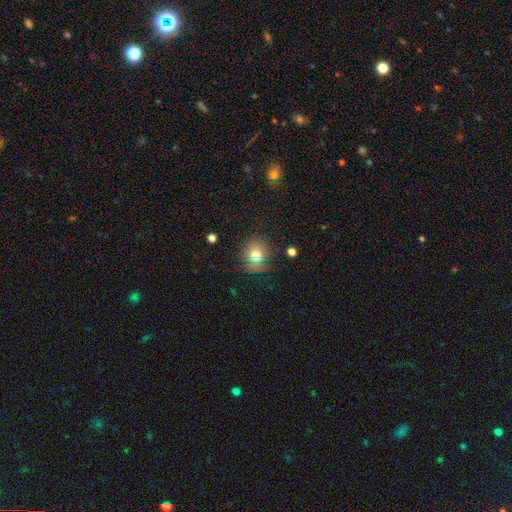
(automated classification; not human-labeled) smooth 69%, star or artifact 20%, featured or disk 11%. Down the decision tree: how rounded — round (85%); merging — none (85%).